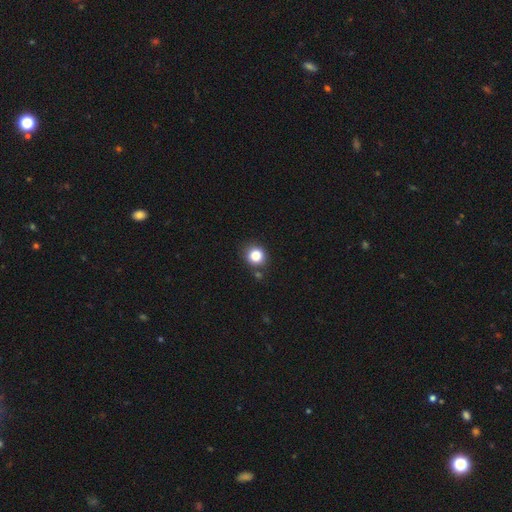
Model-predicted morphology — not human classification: This is clearly a smooth galaxy (84%). How rounded: clearly round (84%). Merging: likely none (78%).